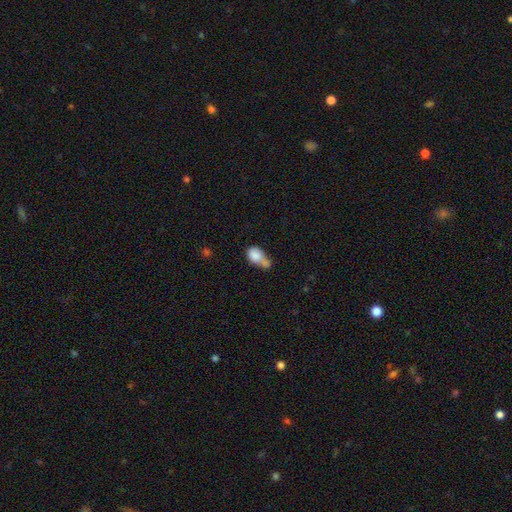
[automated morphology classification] A smooth galaxy with no disk features (79%) that is in between round and cigar-shaped (67%). Merging: merger (46%).